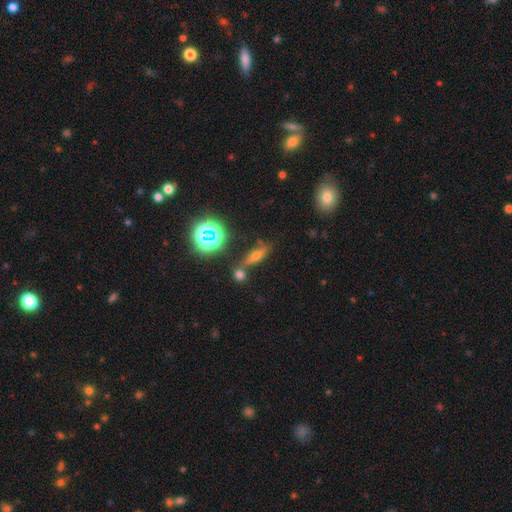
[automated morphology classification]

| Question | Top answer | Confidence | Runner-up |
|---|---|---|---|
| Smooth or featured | smooth | 37% | featured or disk (33%) |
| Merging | none | 65% | merger (17%) |